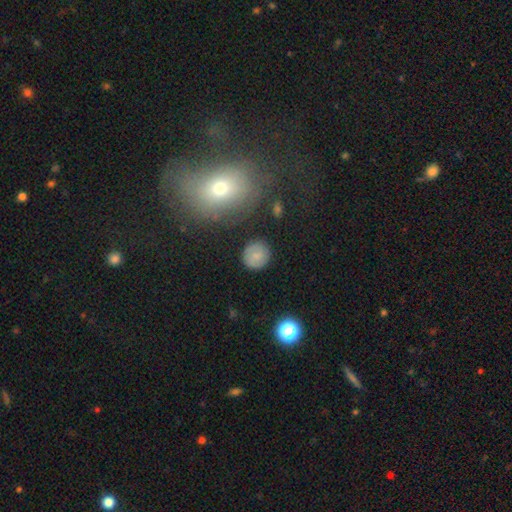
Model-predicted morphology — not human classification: This appears to be a smooth galaxy with no disk features (75%) that is round (88%). Merging: none (86%).